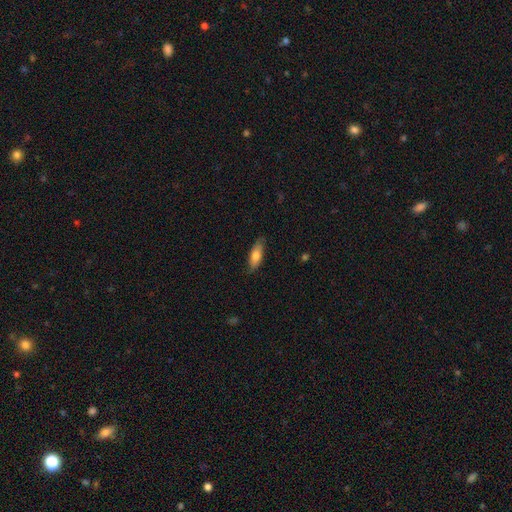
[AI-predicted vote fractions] Smooth or featured? Predicted: smooth (p=0.73). How rounded? Predicted: in between (p=0.64). Merging? Predicted: none (p=0.79).